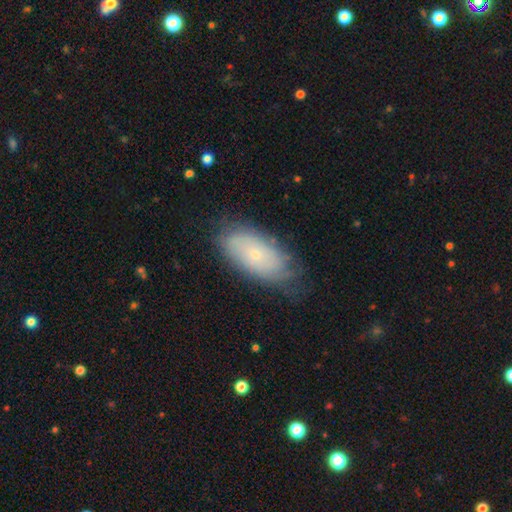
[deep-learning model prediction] smooth_or_featured: smooth (p=0.48) [alt: featured or disk p=0.44]
merging: none (p=0.70) [alt: minor disturbance p=0.22]